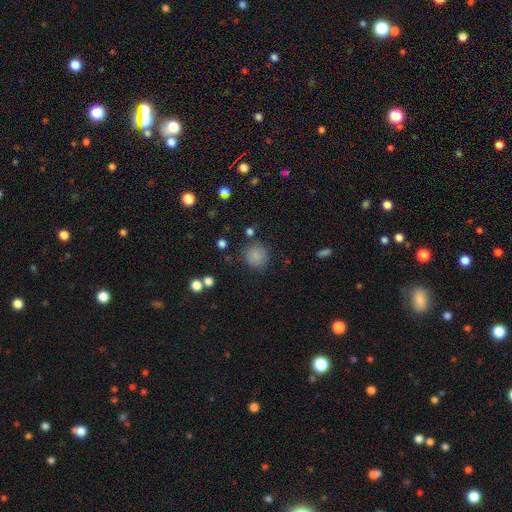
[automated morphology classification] Smooth or featured: smooth — 83% (star or artifact — 11%)
How rounded: round — 89% (in between — 10%)
Merging: none — 83% (minor disturbance — 11%)